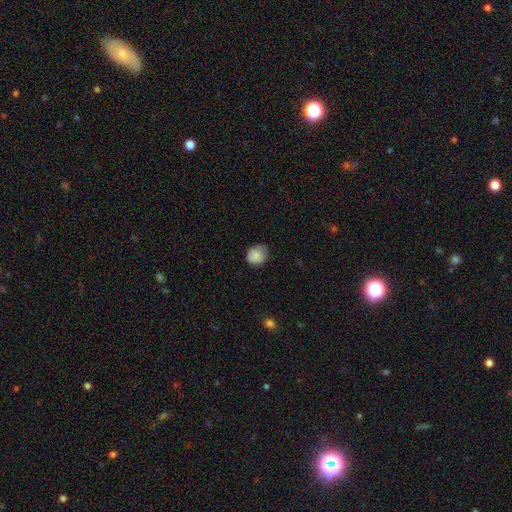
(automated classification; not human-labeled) smooth_or_featured: smooth (p=0.86) [alt: star or artifact p=0.08]
how_rounded: round (p=0.79) [alt: in between p=0.20]
merging: none (p=0.73) [alt: minor disturbance p=0.22]